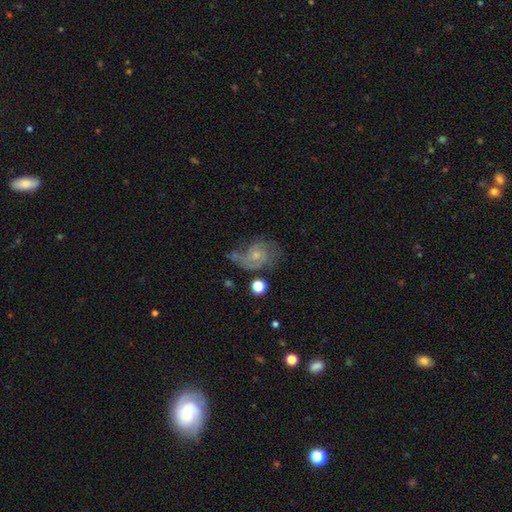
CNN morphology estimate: Q: Smooth or featured?
A: featured or disk (80%); runner-up: smooth (12%)
Q: Edge-on disk?
A: no (98%); runner-up: yes (2%)
Q: Bar?
A: no (67%); runner-up: weak (29%)
Q: Spiral arms?
A: yes (94%); runner-up: no (6%)
Q: Spiral winding?
A: medium (49%); runner-up: tight (30%)
Q: Spiral arm count?
A: 2 (66%); runner-up: can't tell (13%)
Q: Bulge size?
A: small (65%); runner-up: moderate (25%)
Q: Merging?
A: none (54%); runner-up: minor disturbance (23%)